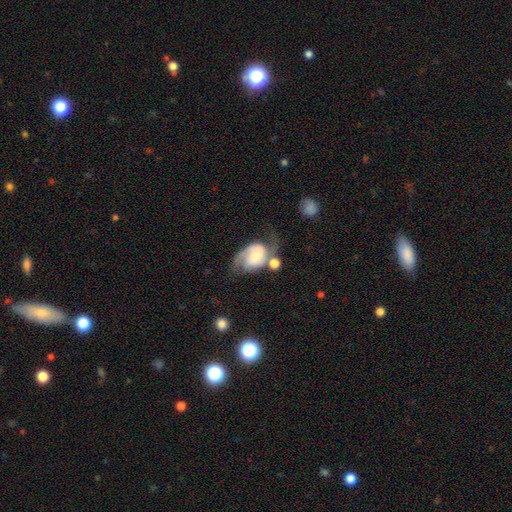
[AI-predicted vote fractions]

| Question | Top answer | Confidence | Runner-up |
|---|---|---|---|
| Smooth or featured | featured or disk | 75% | smooth (18%) |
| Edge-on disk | no | 97% | yes (3%) |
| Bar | no | 56% | weak (34%) |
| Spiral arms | yes | 93% | no (7%) |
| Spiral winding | medium | 46% | loose (31%) |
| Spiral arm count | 2 | 82% | 1 (8%) |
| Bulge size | small | 49% | moderate (31%) |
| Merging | none | 40% | minor disturbance (22%) |